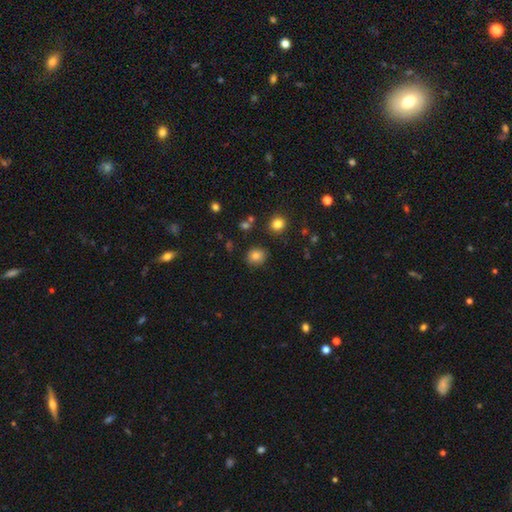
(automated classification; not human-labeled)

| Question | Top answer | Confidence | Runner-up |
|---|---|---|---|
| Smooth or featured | smooth | 81% | star or artifact (12%) |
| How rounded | round | 81% | in between (18%) |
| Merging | none | 86% | minor disturbance (10%) |